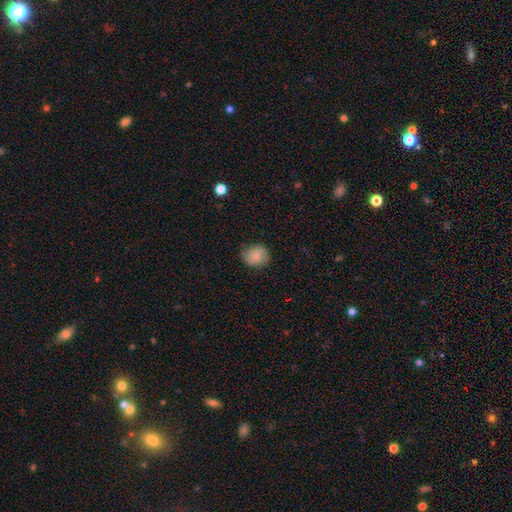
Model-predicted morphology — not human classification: A smooth galaxy with no disk features (74%) that is round (76%).

Vote fractions:
- Smooth or featured? smooth: 74% / featured or disk: 18% / star or artifact: 8%
- How rounded? round: 76% / in between: 24% / cigar-shaped: 1%
- Merging? none: 75% / minor disturbance: 20% / major disturbance: 4% / merger: 1%